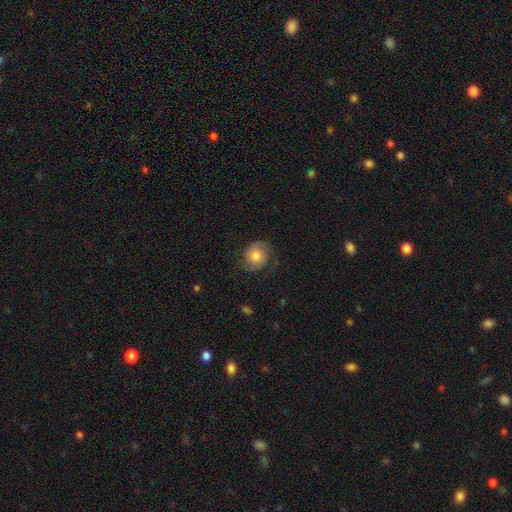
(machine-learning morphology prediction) This appears to be a smooth galaxy with no disk features (59%) that is round (78%). Merging: none (67%).